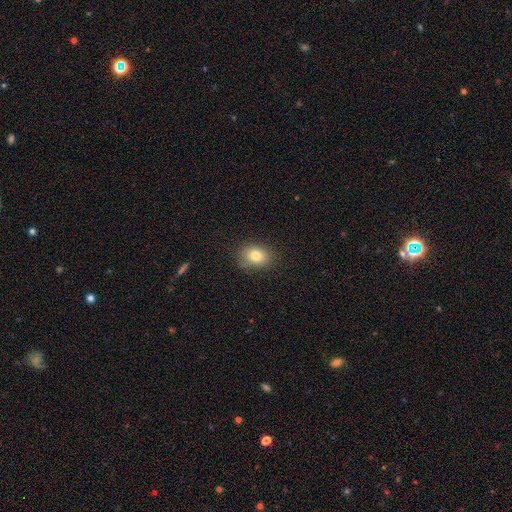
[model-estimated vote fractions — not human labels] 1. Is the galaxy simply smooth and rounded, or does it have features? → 79% smooth, 11% star or artifact, 10% featured or disk.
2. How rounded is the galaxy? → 64% in between, 35% round, 1% cigar-shaped.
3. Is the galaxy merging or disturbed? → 80% none, 15% minor disturbance, 4% major disturbance, 2% merger.